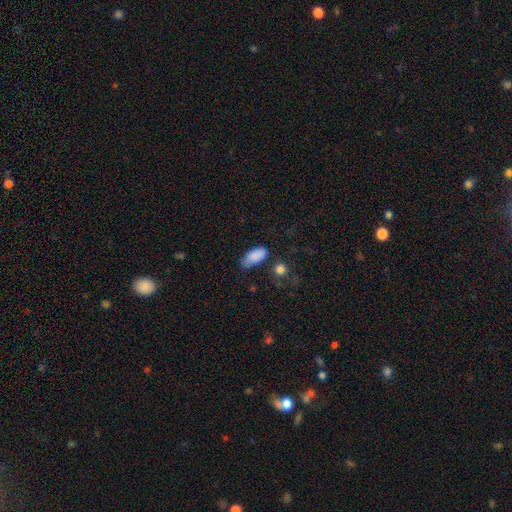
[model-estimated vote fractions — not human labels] Smooth or featured? Predicted: smooth (p=0.85). How rounded? Predicted: in between (p=0.90). Merging? Predicted: none (p=0.49).